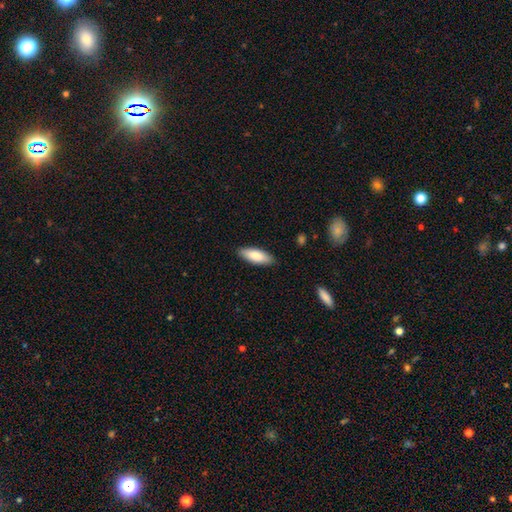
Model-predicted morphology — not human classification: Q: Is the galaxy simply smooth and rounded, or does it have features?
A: smooth — 82%.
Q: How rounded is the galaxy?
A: in between — 67%.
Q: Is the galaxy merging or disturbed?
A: none — 88%.